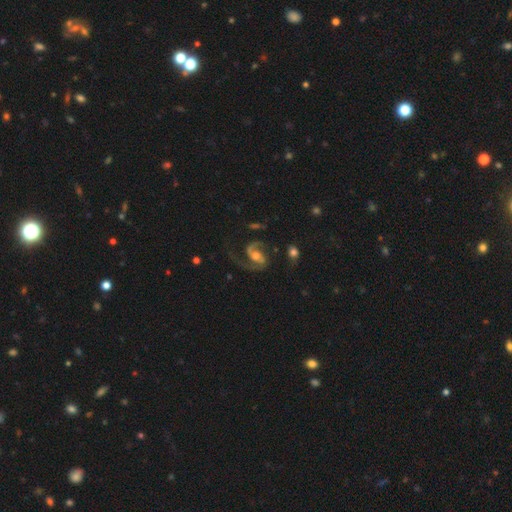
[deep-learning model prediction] Smooth or featured?
  - featured or disk: 90% *
  - smooth: 5%
  - star or artifact: 5%
Edge-on disk?
  - no: 98% *
  - yes: 2%
Bar?
  - no: 43% *
  - weak: 40%
  - strong: 17%
Spiral arms?
  - yes: 98% *
  - no: 2%
Spiral winding?
  - medium: 57% *
  - loose: 29%
  - tight: 14%
Spiral arm count?
  - 2: 88% *
  - 1: 6%
  - can't tell: 2%
  - 3: 1%
  - 4: 1%
  - more than 4: 1%
Bulge size?
  - moderate: 62% *
  - small: 23%
  - large: 11%
  - none: 3%
  - dominant: 1%
Merging?
  - none: 62% *
  - major disturbance: 17%
  - minor disturbance: 17%
  - merger: 3%